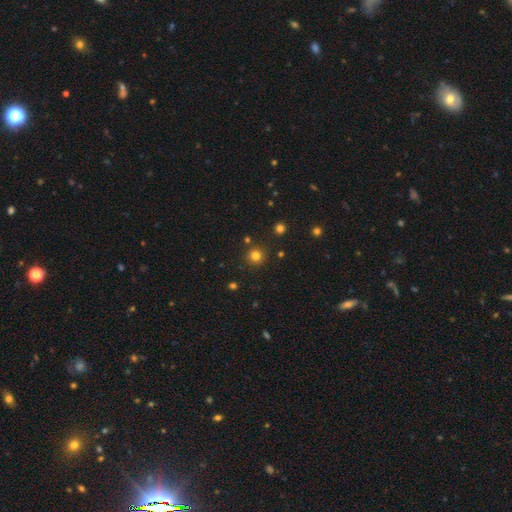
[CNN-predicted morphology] type=smooth (79%); roundness=round (94%); merging=none (88%).